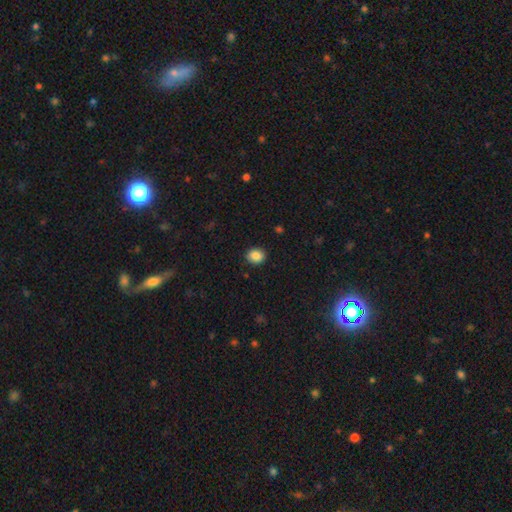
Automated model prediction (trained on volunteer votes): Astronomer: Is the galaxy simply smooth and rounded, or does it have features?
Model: smooth — 87%.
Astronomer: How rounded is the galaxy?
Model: round — 69%.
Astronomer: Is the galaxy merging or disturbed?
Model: none — 89%.